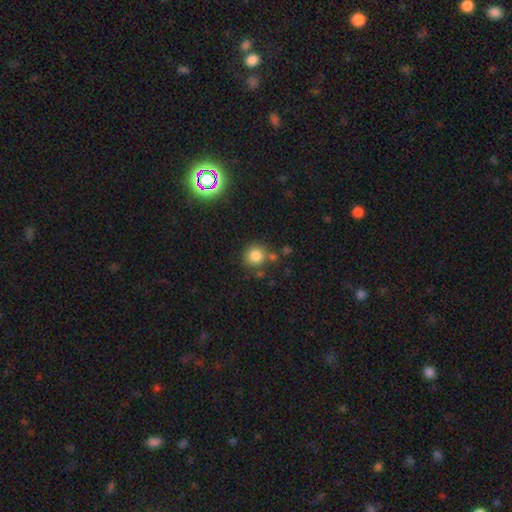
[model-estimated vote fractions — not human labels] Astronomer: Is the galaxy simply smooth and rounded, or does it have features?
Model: smooth — 82%.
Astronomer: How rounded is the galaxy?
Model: round — 90%.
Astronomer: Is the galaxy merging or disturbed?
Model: none — 76%.